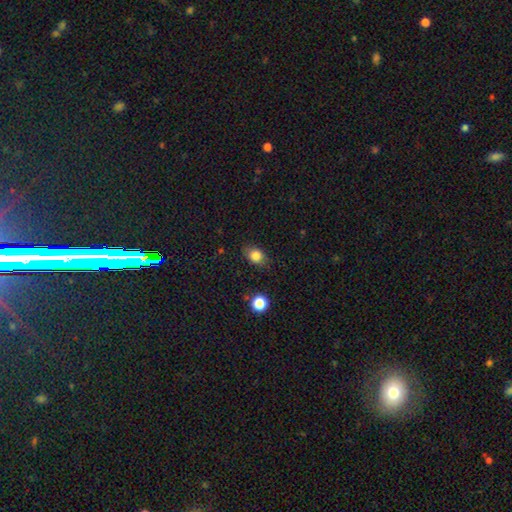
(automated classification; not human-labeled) Smooth or featured? smooth (83%)
How rounded? in between (61%)
Merging? none (81%)